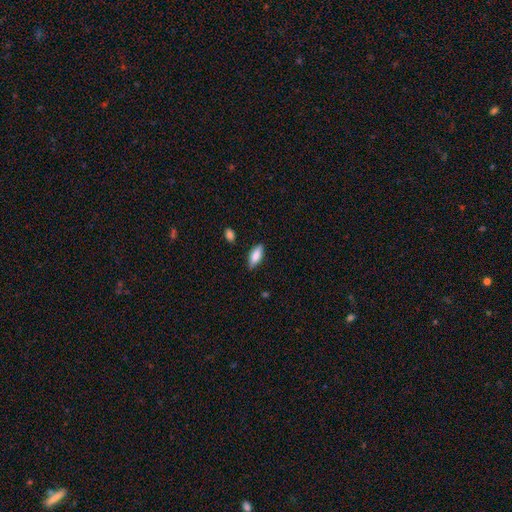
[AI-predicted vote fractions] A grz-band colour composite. It shows a smooth galaxy with no disk features (80%) that is in between round and cigar-shaped (73%). Merging: none (82%).